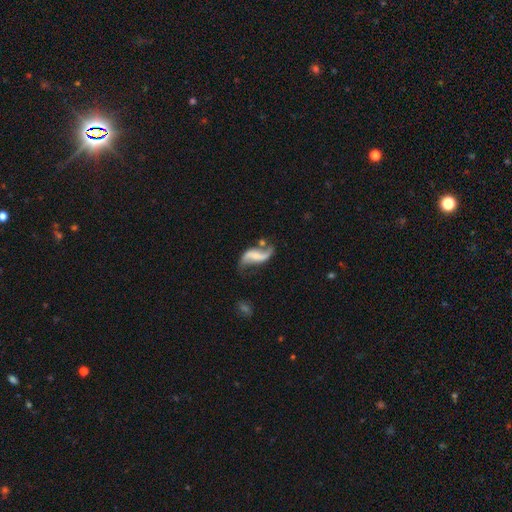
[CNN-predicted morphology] This is clearly a featured or disk galaxy (81%). It is clearly not viewed edge-on (96%). Bar: marginally weak (37%). Spiral arm pattern: clearly yes (92%). Spiral arm count: clearly 2 (89%). Spiral winding: clearly loose (86%). Central bulge: marginally small (40%). Merging: possibly none (52%).